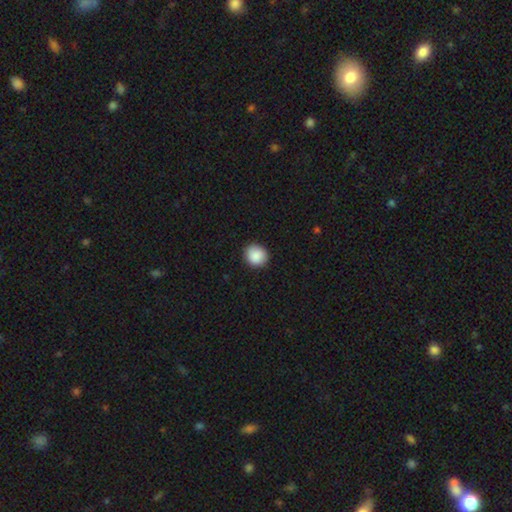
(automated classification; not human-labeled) Smooth or featured? Predicted: smooth (p=0.89). How rounded? Predicted: round (p=0.82). Merging? Predicted: none (p=0.89).